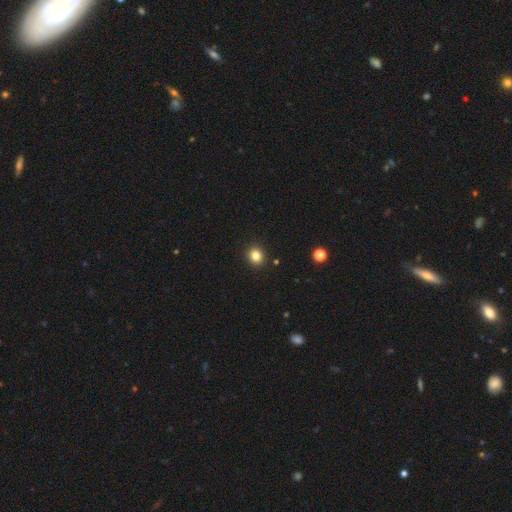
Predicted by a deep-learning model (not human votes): A smooth galaxy with no disk features (83%) that is round (77%).

Vote fractions:
- Smooth or featured? smooth: 83% / star or artifact: 12% / featured or disk: 5%
- How rounded? round: 77% / in between: 22% / cigar-shaped: 1%
- Merging? none: 92% / minor disturbance: 6% / major disturbance: 2% / merger: 1%